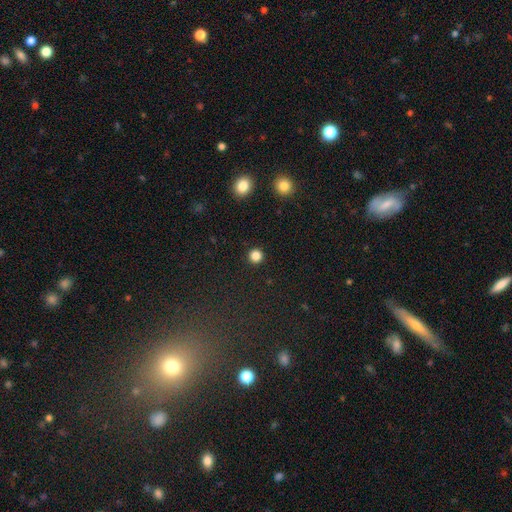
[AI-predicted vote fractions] smooth 85%, star or artifact 12%, featured or disk 3%. Down the decision tree: how rounded — round (95%); merging — none (92%).